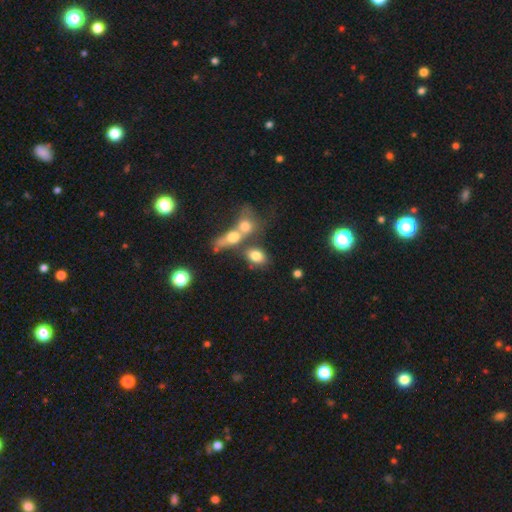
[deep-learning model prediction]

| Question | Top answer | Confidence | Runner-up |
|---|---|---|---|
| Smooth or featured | smooth | 75% | featured or disk (13%) |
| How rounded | in between | 72% | round (25%) |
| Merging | none | 45% | merger (37%) |